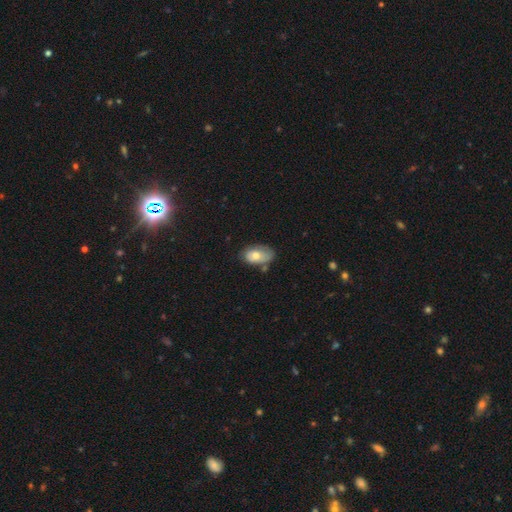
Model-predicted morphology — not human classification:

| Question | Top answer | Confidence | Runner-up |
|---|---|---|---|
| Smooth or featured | smooth | 65% | featured or disk (27%) |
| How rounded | in between | 91% | round (7%) |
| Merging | none | 53% | minor disturbance (30%) |